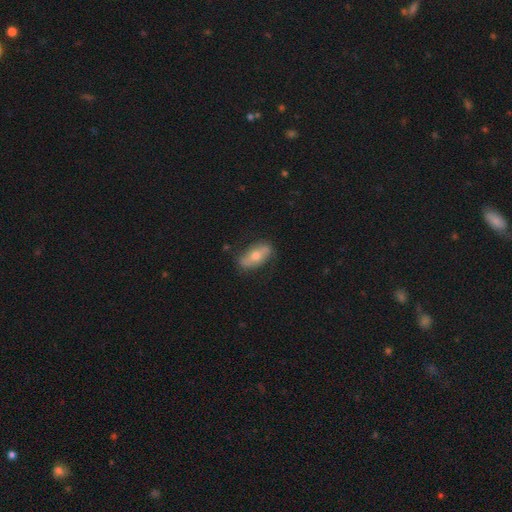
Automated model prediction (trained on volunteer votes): A smooth galaxy with no disk features (56%) that is in between round and cigar-shaped (84%). Merging: none (77%).